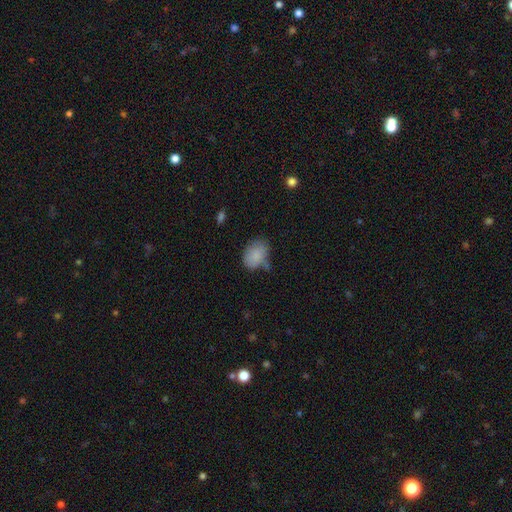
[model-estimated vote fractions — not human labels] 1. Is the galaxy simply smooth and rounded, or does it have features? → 85% smooth, 8% featured or disk, 7% star or artifact.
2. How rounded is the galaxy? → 77% in between, 22% round, 1% cigar-shaped.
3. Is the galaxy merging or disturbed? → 59% none, 27% minor disturbance, 7% major disturbance, 7% merger.